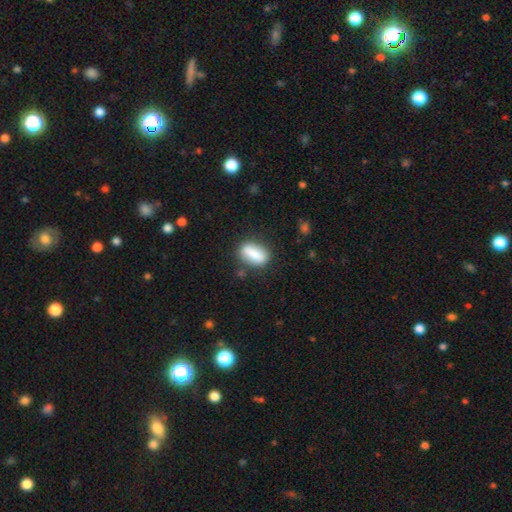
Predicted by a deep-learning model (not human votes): Smooth or featured: smooth — 79% (featured or disk — 14%)
How rounded: in between — 72% (cigar-shaped — 21%)
Merging: none — 78% (minor disturbance — 13%)